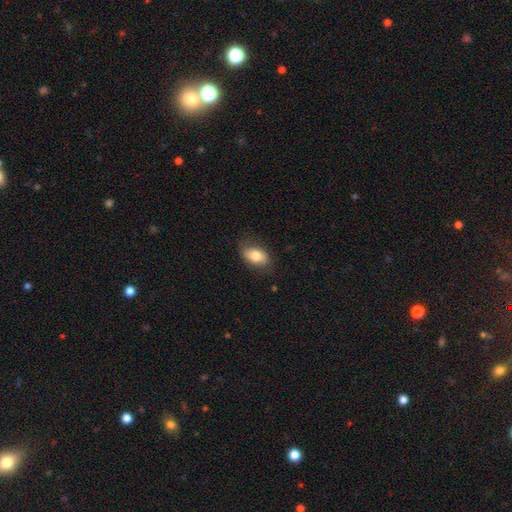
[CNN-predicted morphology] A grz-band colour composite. It shows a smooth galaxy with no disk features (78%) that is in between round and cigar-shaped (89%). Merging: none (74%).